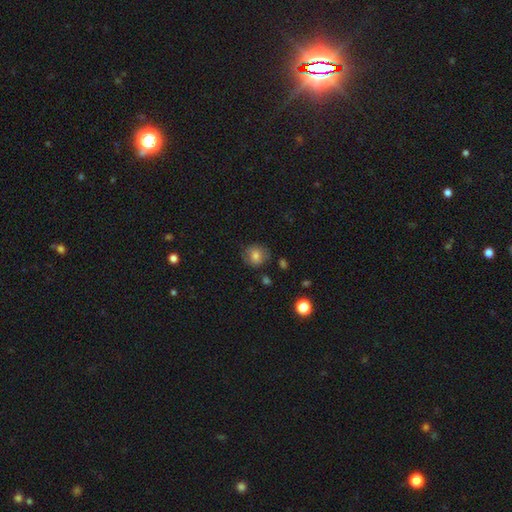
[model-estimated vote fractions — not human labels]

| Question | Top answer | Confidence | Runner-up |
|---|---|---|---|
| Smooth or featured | smooth | 76% | featured or disk (14%) |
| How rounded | round | 82% | in between (17%) |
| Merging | none | 79% | minor disturbance (15%) |